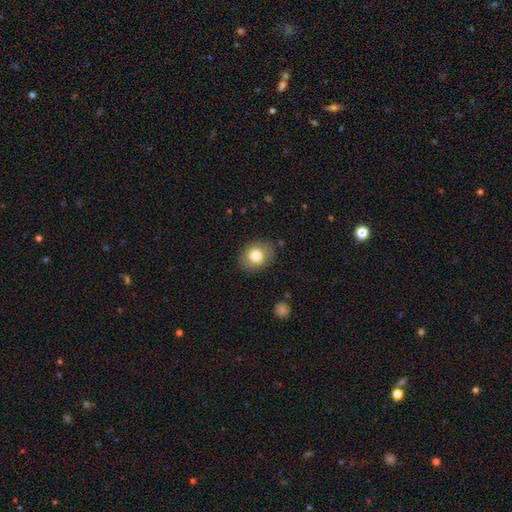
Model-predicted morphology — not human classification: smooth 79%, featured or disk 11%, star or artifact 10%. Down the decision tree: how rounded — round (52%); merging — none (85%).